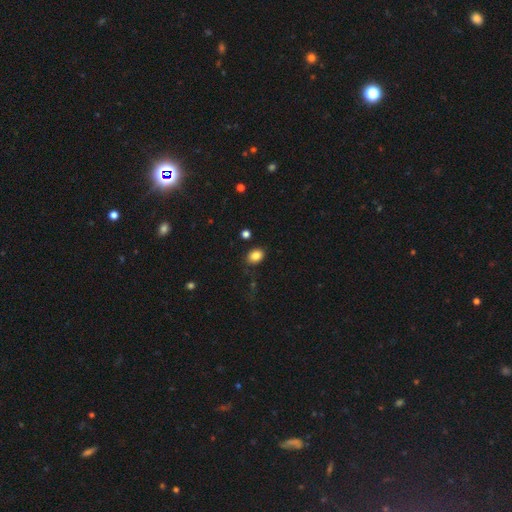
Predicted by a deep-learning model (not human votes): Smooth or featured? Predicted: smooth (p=0.85). How rounded? Predicted: in between (p=0.66). Merging? Predicted: none (p=0.85).